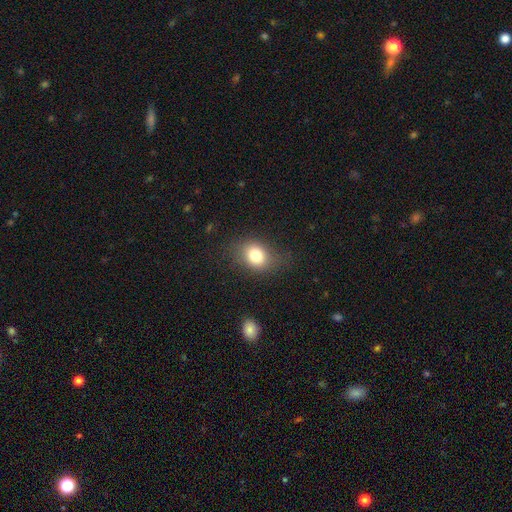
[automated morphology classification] smooth_or_featured: smooth (p=0.78) [alt: star or artifact p=0.11]
how_rounded: in between (p=0.54) [alt: round p=0.45]
merging: none (p=0.74) [alt: minor disturbance p=0.17]